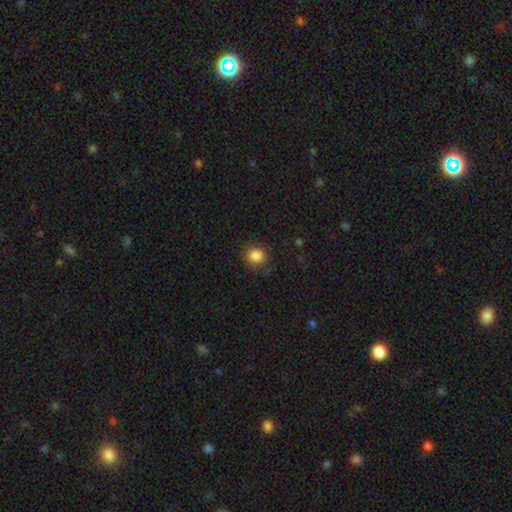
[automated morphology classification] Smooth or featured?
  - smooth: 85% *
  - star or artifact: 11%
  - featured or disk: 4%
How rounded?
  - round: 86% *
  - in between: 13%
  - cigar-shaped: 1%
Merging?
  - none: 86% *
  - minor disturbance: 10%
  - major disturbance: 3%
  - merger: 1%